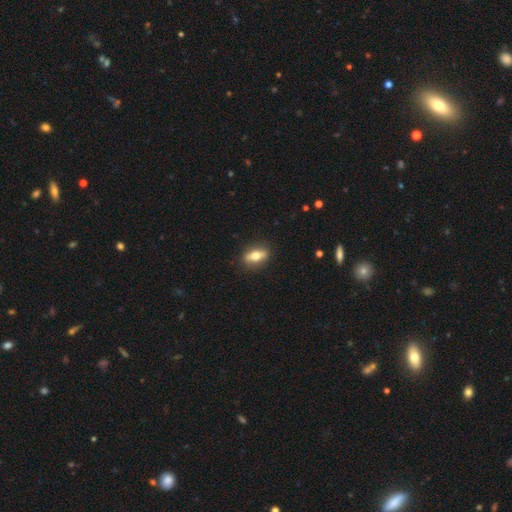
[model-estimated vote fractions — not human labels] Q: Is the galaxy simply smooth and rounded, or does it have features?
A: smooth — 56%.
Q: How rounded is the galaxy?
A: in between — 69%.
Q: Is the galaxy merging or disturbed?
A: none — 87%.